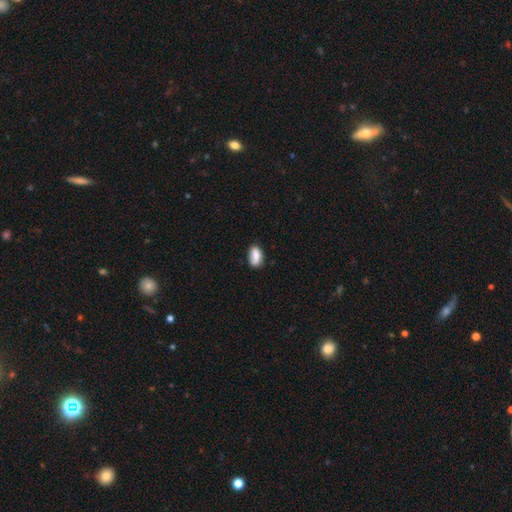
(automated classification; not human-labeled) Q: Smooth or featured?
A: smooth (83%); runner-up: featured or disk (10%)
Q: How rounded?
A: in between (89%); runner-up: cigar-shaped (6%)
Q: Merging?
A: none (69%); runner-up: minor disturbance (23%)